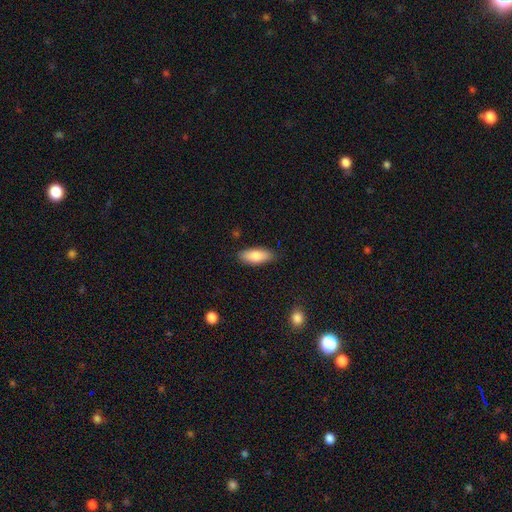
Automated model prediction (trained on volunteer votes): This appears to be a smooth galaxy with no disk features (83%) that is in between round and cigar-shaped (78%). Merging: none (86%).